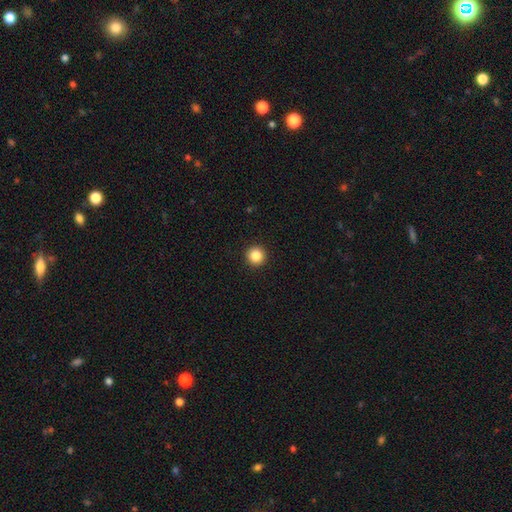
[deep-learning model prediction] Q: Smooth or featured?
A: smooth (85%); runner-up: star or artifact (10%)
Q: How rounded?
A: round (96%); runner-up: in between (3%)
Q: Merging?
A: none (94%); runner-up: minor disturbance (4%)